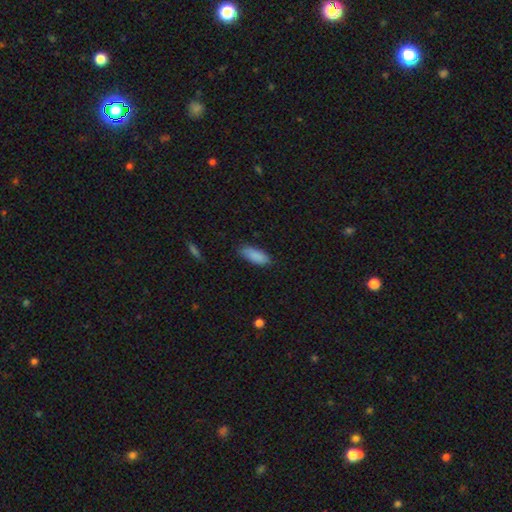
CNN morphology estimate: smooth_or_featured: smooth (p=0.87) [alt: star or artifact p=0.07]
how_rounded: in between (p=0.78) [alt: cigar-shaped p=0.21]
merging: none (p=0.80) [alt: minor disturbance p=0.16]